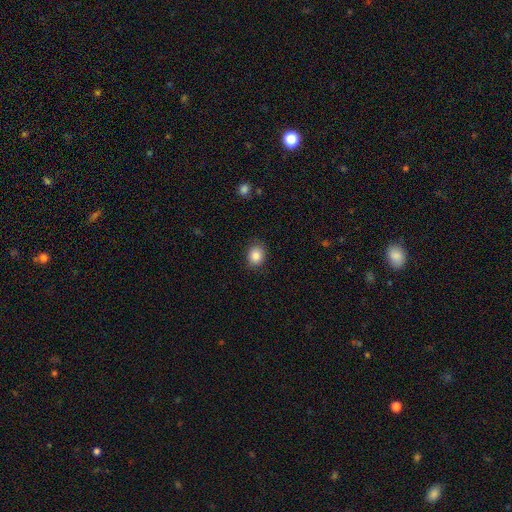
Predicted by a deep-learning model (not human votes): This is clearly a smooth galaxy (86%). How rounded: possibly round (59%). Merging: clearly none (86%).